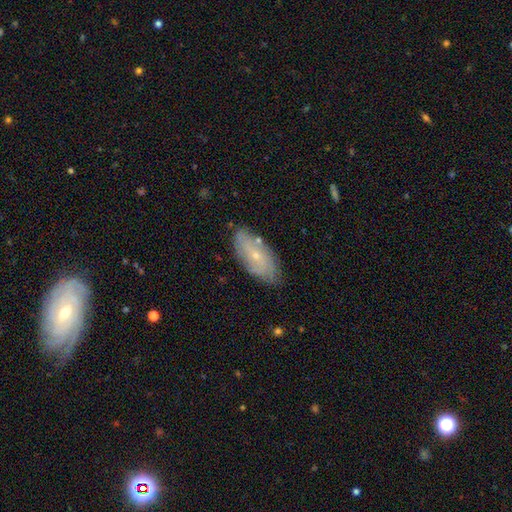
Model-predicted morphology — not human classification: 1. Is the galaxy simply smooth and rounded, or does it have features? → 60% featured or disk, 32% smooth, 7% star or artifact.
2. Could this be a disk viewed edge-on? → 89% no, 11% yes.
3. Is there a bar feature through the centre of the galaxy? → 71% no, 24% weak, 5% strong.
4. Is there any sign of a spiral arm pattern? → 76% yes, 24% no.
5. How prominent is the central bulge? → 77% small, 20% moderate, 2% none, 1% large, 1% dominant.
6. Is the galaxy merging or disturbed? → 75% none, 18% minor disturbance, 4% major disturbance, 3% merger.